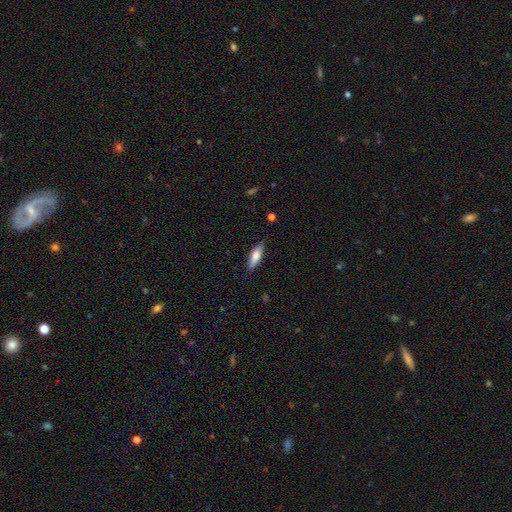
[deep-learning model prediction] Smooth or featured? Predicted: smooth (p=0.67). How rounded? Predicted: cigar-shaped (p=0.56). Merging? Predicted: none (p=0.84).